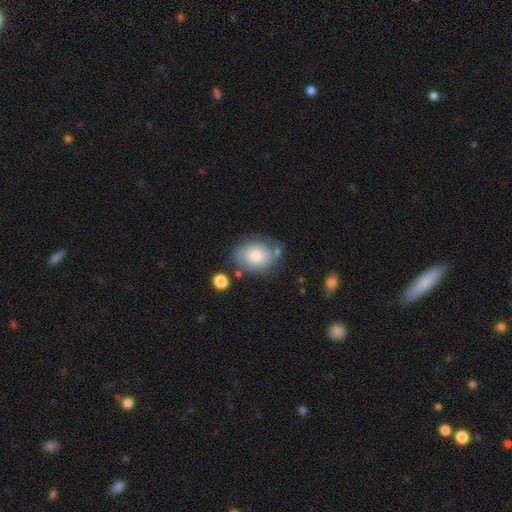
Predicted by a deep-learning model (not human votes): Morphology: type=smooth (68%); roundness=round (55%); merging=none (59%).